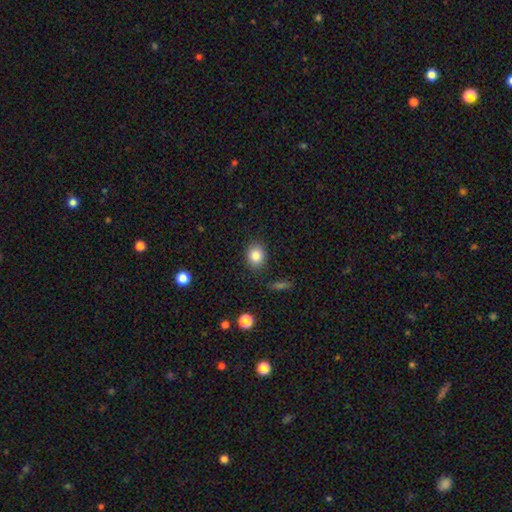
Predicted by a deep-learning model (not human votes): Smooth or featured?
  - smooth: 84% *
  - star or artifact: 10%
  - featured or disk: 6%
How rounded?
  - round: 63% *
  - in between: 36%
  - cigar-shaped: 1%
Merging?
  - none: 86% *
  - minor disturbance: 10%
  - major disturbance: 3%
  - merger: 2%